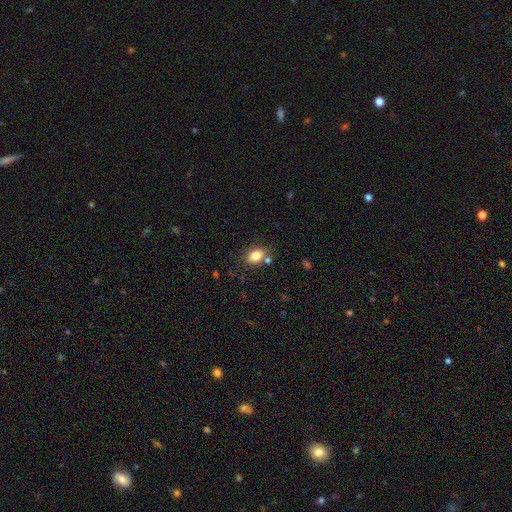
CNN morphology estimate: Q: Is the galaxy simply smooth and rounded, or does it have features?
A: smooth — 82%.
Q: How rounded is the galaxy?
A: in between — 79%.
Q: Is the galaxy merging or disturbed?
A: none — 72%.